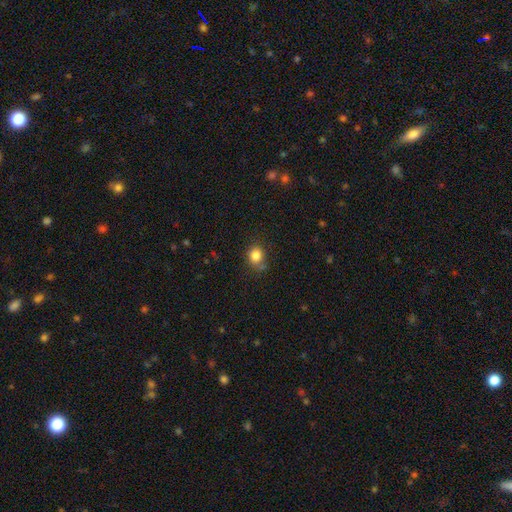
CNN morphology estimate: Q: Smooth or featured?
A: smooth (83%); runner-up: star or artifact (11%)
Q: How rounded?
A: round (75%); runner-up: in between (25%)
Q: Merging?
A: none (68%); runner-up: minor disturbance (22%)